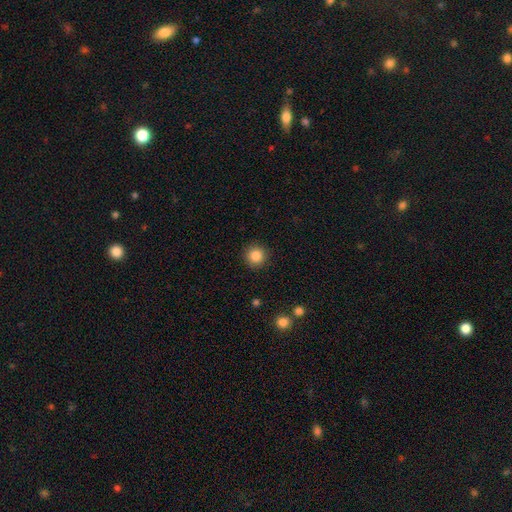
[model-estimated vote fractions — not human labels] Smooth or featured: smooth — 86% (star or artifact — 10%)
How rounded: round — 95% (in between — 4%)
Merging: none — 91% (minor disturbance — 6%)